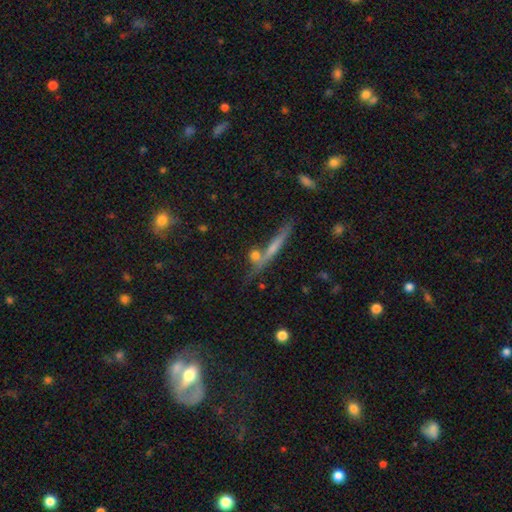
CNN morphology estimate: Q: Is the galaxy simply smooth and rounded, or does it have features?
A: featured or disk — 44%.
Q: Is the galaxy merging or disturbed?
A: none — 68%.